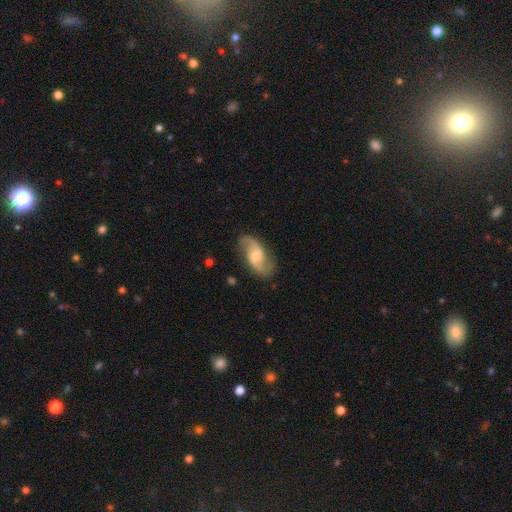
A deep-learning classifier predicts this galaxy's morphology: This appears to be a featured or disk galaxy (81%) with a weak bar (50%), 2 (93%) loose (64%) spiral arms (95%) and a moderate central bulge (51%). Merging: none (80%).